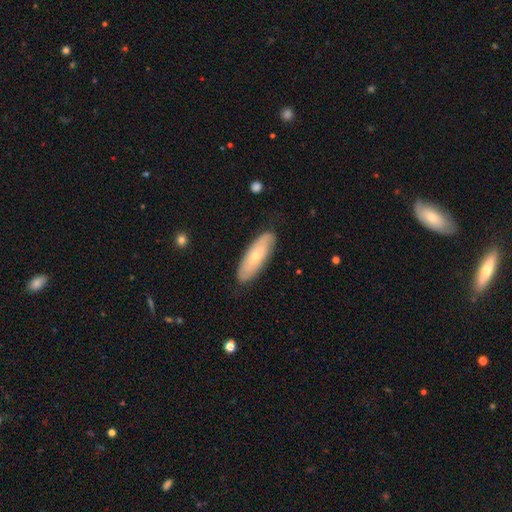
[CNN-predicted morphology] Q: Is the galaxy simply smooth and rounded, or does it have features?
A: smooth — 50%.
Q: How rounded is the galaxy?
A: in between — 57%.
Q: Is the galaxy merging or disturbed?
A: none — 82%.